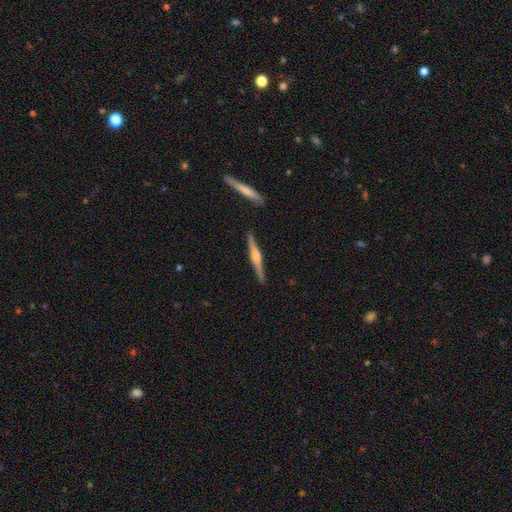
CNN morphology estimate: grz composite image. It shows a featured or disk galaxy (78%) viewed edge-on (98%) with a rounded central bulge (82%). Merging: none (90%).